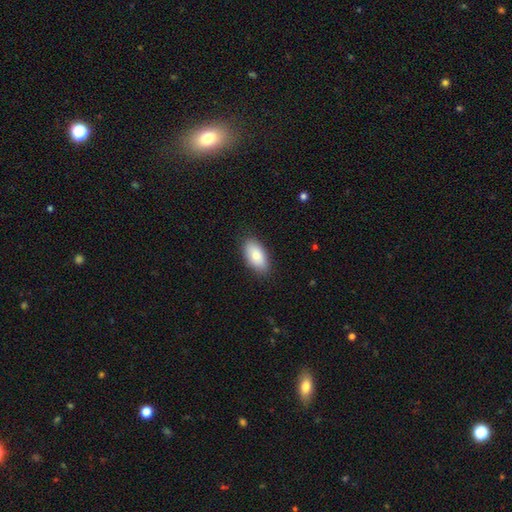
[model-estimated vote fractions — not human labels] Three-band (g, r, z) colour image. It shows a smooth galaxy with no disk features (78%) that is in between round and cigar-shaped (93%). Merging: none (86%).